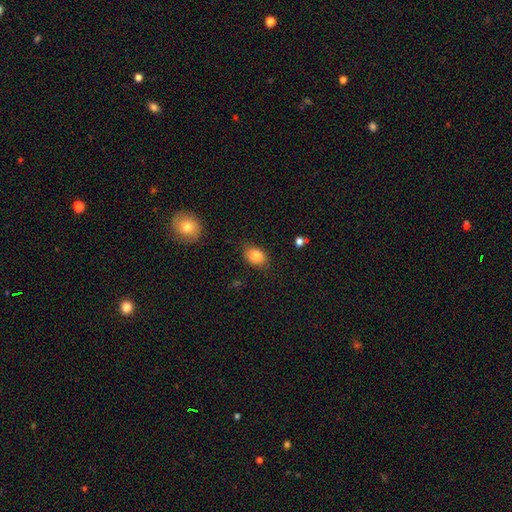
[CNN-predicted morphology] Q: Smooth or featured?
A: smooth (83%); runner-up: star or artifact (9%)
Q: How rounded?
A: in between (76%); runner-up: round (23%)
Q: Merging?
A: none (78%); runner-up: minor disturbance (17%)